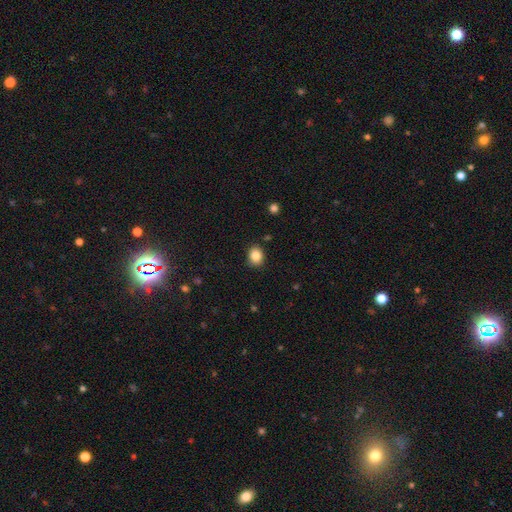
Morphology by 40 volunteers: smooth_or_featured: smooth (p=0.90) [alt: star or artifact p=0.07]
how_rounded: round (p=0.67) [alt: in between p=0.33]
merging: none (p=0.86) [alt: minor disturbance p=0.11]